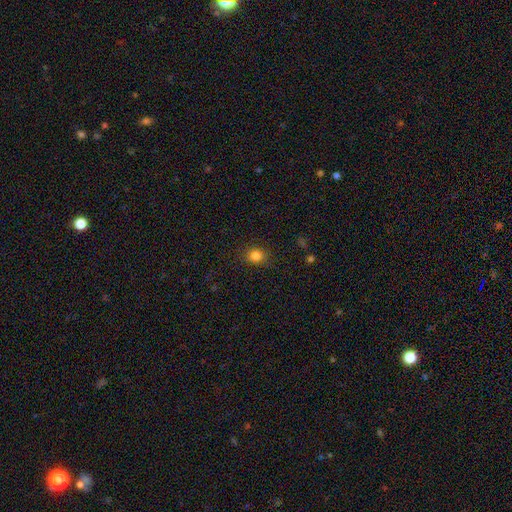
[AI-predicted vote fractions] Q: Smooth or featured?
A: smooth (83%); runner-up: star or artifact (12%)
Q: How rounded?
A: round (70%); runner-up: in between (29%)
Q: Merging?
A: none (85%); runner-up: minor disturbance (11%)